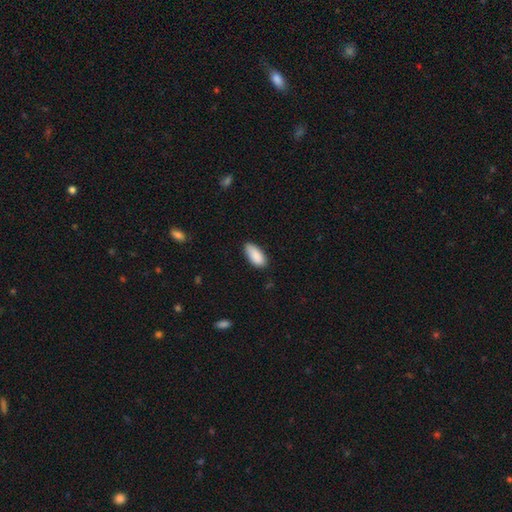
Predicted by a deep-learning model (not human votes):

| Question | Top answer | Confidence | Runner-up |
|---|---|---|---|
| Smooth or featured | smooth | 90% | star or artifact (6%) |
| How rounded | in between | 89% | cigar-shaped (9%) |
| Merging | none | 78% | minor disturbance (18%) |